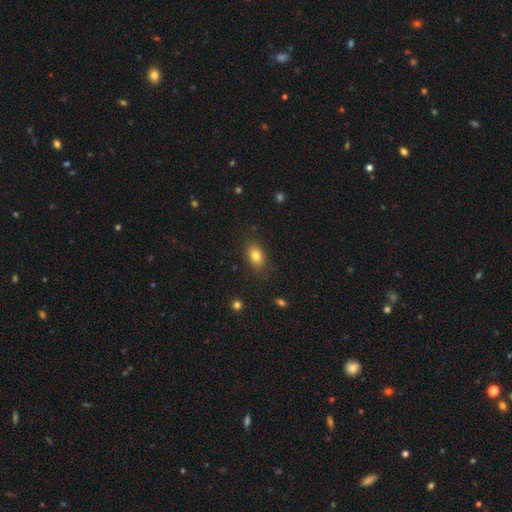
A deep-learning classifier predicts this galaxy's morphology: smooth-or-featured: smooth: 82% | star or artifact: 10% | featured or disk: 8%
  how-rounded: in between: 80% | round: 19% | cigar-shaped: 2%
  merging: none: 84% | minor disturbance: 11% | major disturbance: 3% | merger: 1%